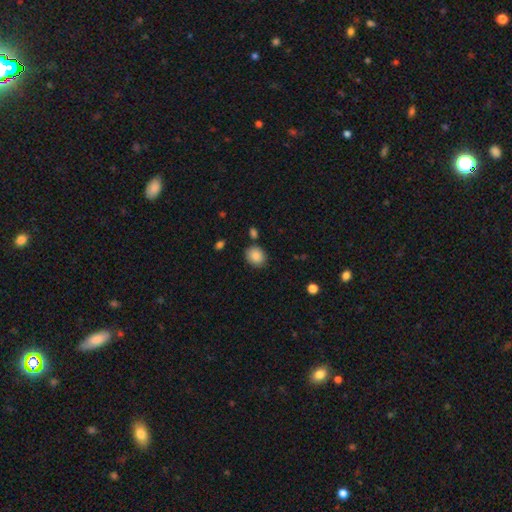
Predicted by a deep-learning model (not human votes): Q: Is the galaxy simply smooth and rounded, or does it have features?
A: smooth — 87%.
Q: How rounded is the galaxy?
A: round — 63%.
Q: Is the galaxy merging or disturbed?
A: none — 81%.